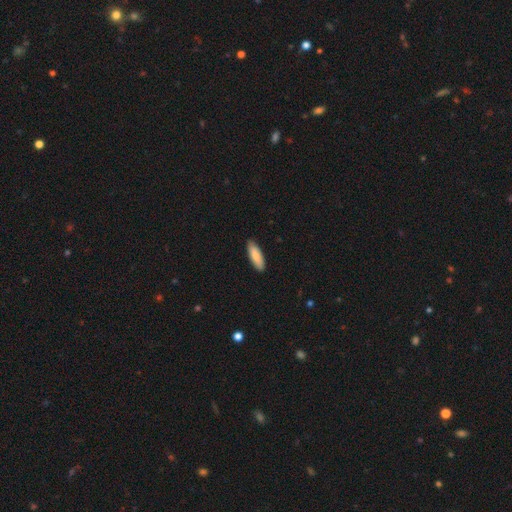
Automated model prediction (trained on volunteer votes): smooth 84%, featured or disk 10%, star or artifact 5%. Down the decision tree: how rounded — in between (55%); merging — none (87%).